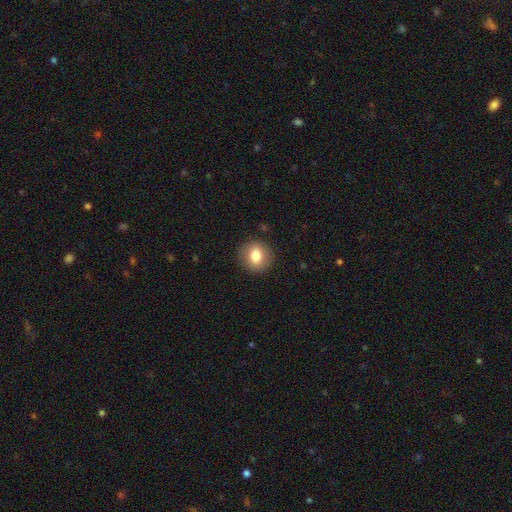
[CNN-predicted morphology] Smooth or featured: smooth — 79% (featured or disk — 12%)
How rounded: round — 81% (in between — 18%)
Merging: none — 89% (minor disturbance — 8%)